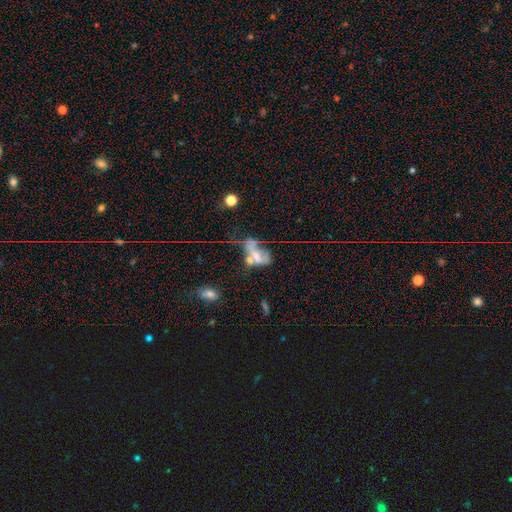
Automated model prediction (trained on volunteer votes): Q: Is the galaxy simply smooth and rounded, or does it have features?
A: featured or disk — 46%.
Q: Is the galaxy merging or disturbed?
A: merger — 40%.